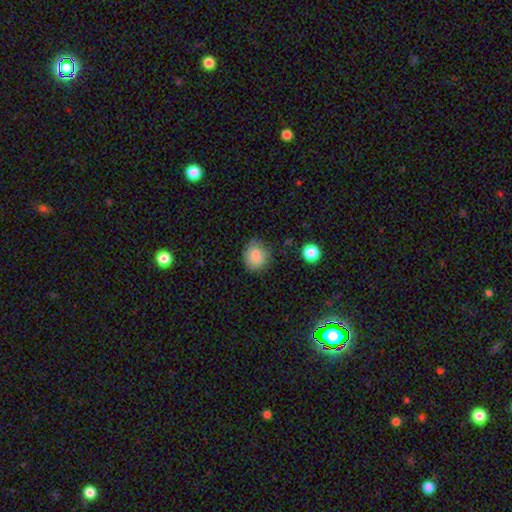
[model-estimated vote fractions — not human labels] Morphology: type=smooth (84%); roundness=round (66%); merging=none (73%).